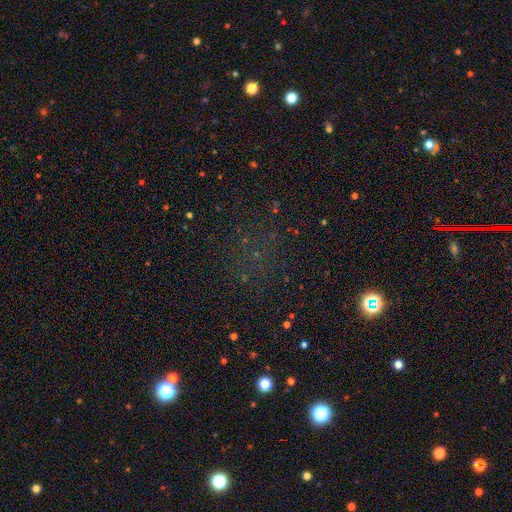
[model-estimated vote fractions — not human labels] star or artifact 61%, smooth 28%, featured or disk 12%.